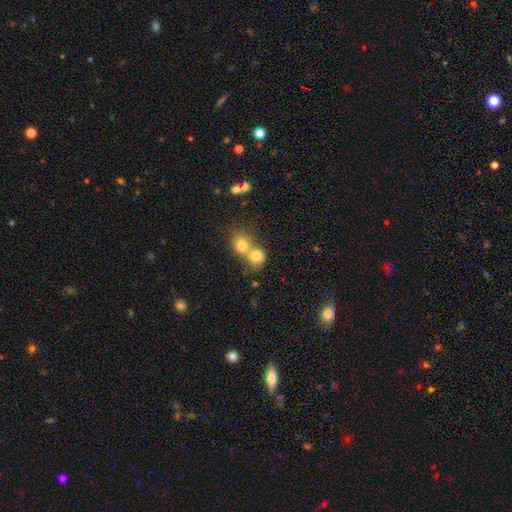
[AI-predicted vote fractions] Smooth or featured? smooth (77%)
How rounded? round (72%)
Merging? merger (67%)